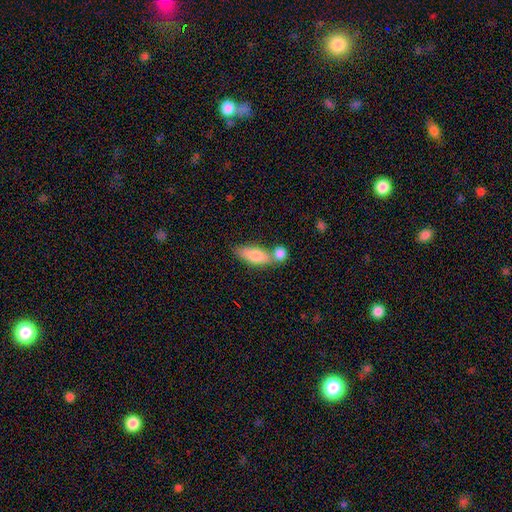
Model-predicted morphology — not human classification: Smooth or featured? smooth (80%)
How rounded? in between (74%)
Merging? none (42%)